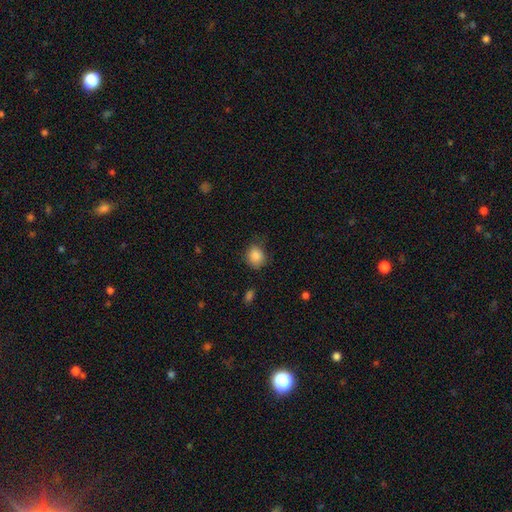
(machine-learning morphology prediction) smooth 86%, star or artifact 9%, featured or disk 5%. Down the decision tree: how rounded — round (75%); merging — none (73%).